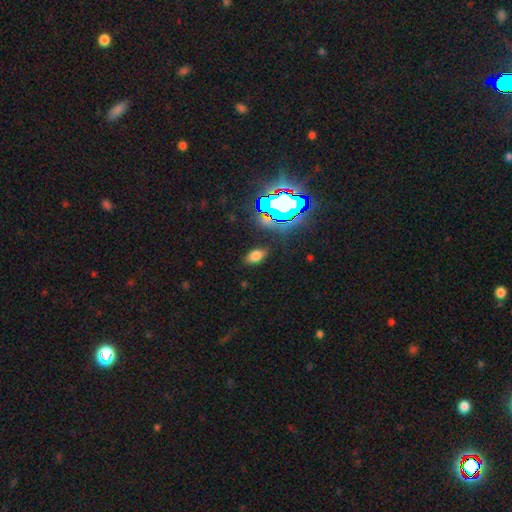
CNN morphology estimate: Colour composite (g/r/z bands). It shows a smooth galaxy with no disk features (67%) that is in between round and cigar-shaped (89%). Merging: none (85%).